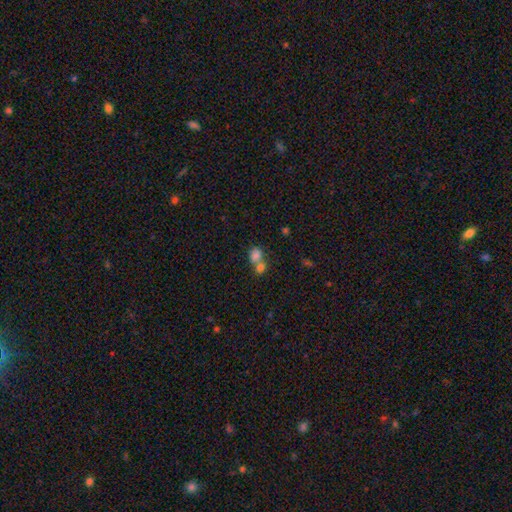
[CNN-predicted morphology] Smooth or featured?
  - smooth: 78% *
  - star or artifact: 12%
  - featured or disk: 10%
How rounded?
  - in between: 64% *
  - round: 34%
  - cigar-shaped: 1%
Merging?
  - merger: 62% *
  - none: 26%
  - minor disturbance: 7%
  - major disturbance: 4%